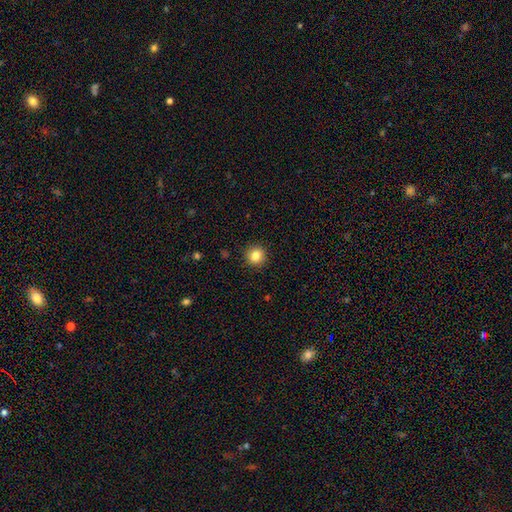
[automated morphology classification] smooth_or_featured: smooth (p=0.83) [alt: star or artifact p=0.11]
how_rounded: round (p=0.92) [alt: in between p=0.07]
merging: none (p=0.91) [alt: minor disturbance p=0.06]